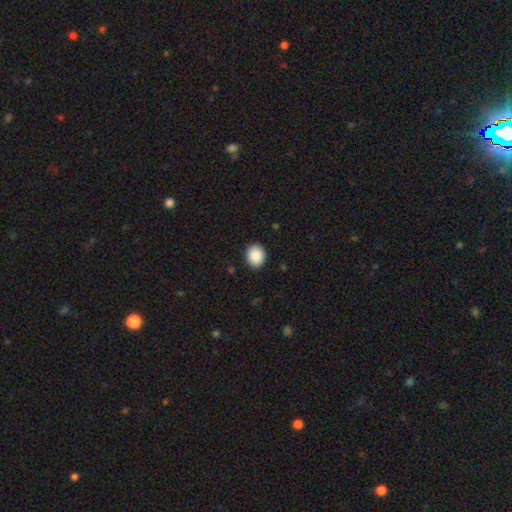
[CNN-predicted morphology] This is clearly a smooth galaxy (89%). How rounded: possibly round (56%). Merging: clearly none (89%).